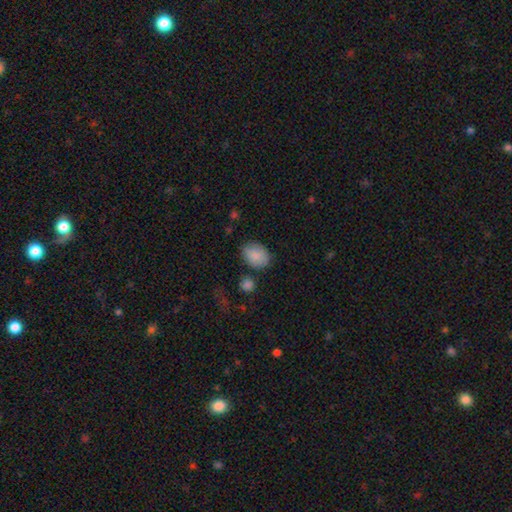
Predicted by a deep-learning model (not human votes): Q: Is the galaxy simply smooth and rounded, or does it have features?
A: smooth — 88%.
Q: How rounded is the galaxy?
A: in between — 72%.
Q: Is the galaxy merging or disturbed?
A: none — 76%.